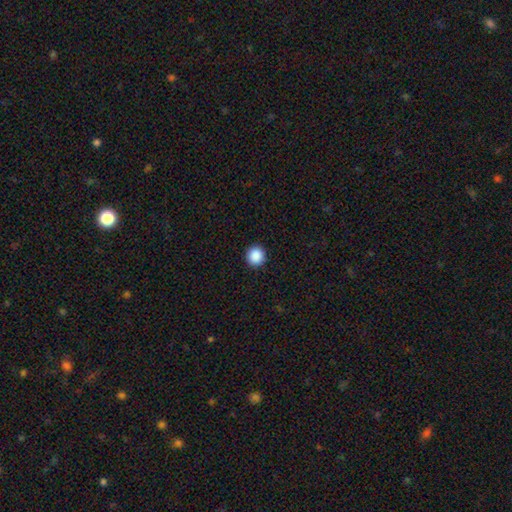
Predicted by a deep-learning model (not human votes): smooth 89%, star or artifact 9%, featured or disk 2%. Down the decision tree: how rounded — round (94%); merging — none (93%).